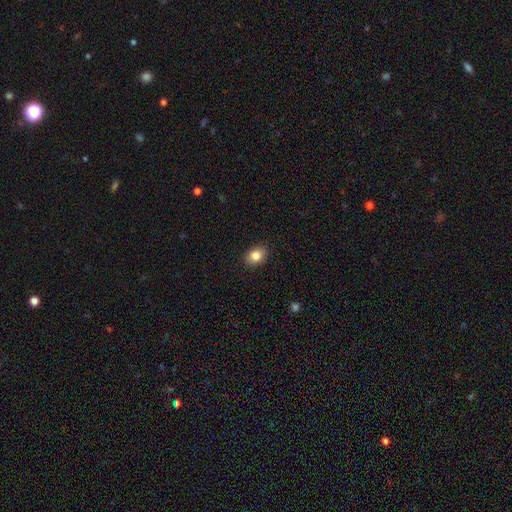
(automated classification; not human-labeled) Morphology: type=smooth (84%); roundness=in between (65%); merging=none (88%).